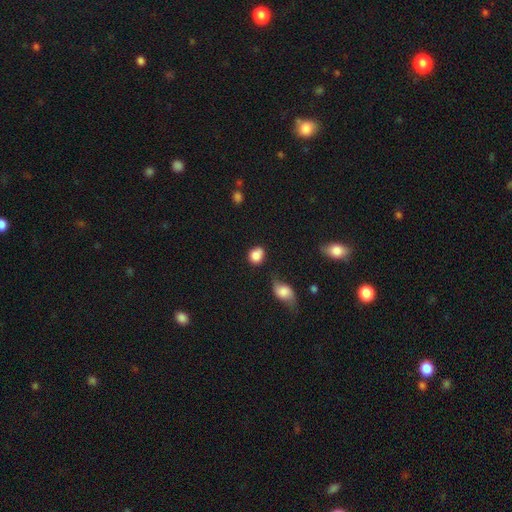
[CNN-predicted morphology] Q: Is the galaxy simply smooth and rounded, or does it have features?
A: smooth — 85%.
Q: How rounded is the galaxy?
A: round — 56%.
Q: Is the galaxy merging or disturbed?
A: none — 63%.